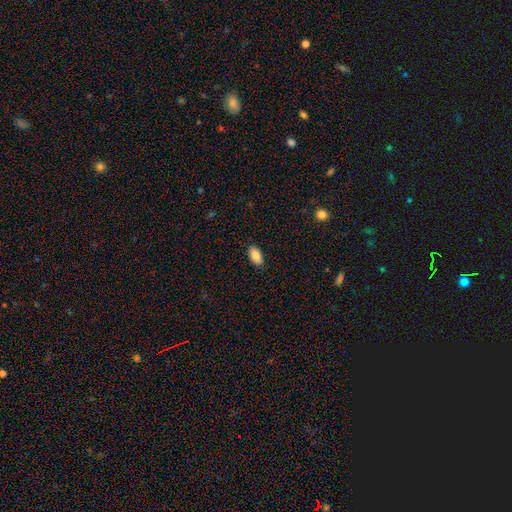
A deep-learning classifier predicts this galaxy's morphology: Smooth or featured: smooth — 85% (featured or disk — 8%)
How rounded: in between — 92% (cigar-shaped — 5%)
Merging: none — 89% (minor disturbance — 8%)